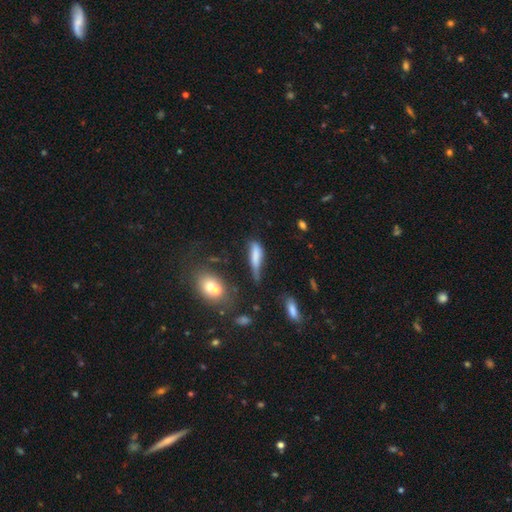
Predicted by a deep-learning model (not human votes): Smooth or featured? Predicted: smooth (p=0.69). How rounded? Predicted: cigar-shaped (p=0.64). Merging? Predicted: minor disturbance (p=0.35).